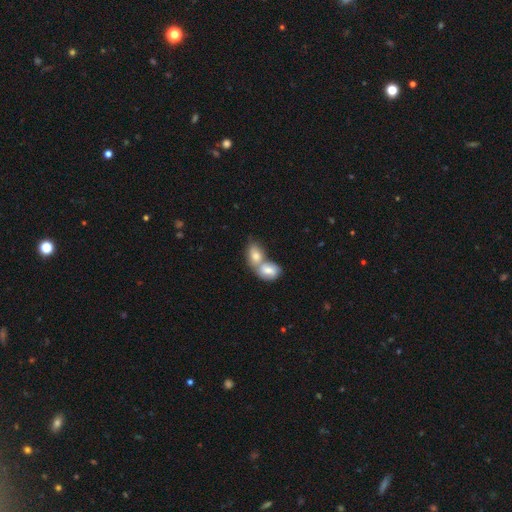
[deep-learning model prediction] Smooth or featured: smooth — 76% (featured or disk — 17%)
How rounded: in between — 83% (round — 15%)
Merging: merger — 72% (none — 19%)